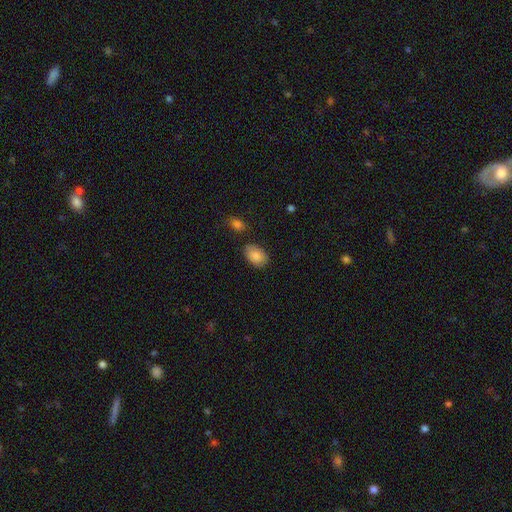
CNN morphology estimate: This appears to be a smooth galaxy with no disk features (88%) that is in between round and cigar-shaped (89%). Merging: none (77%).